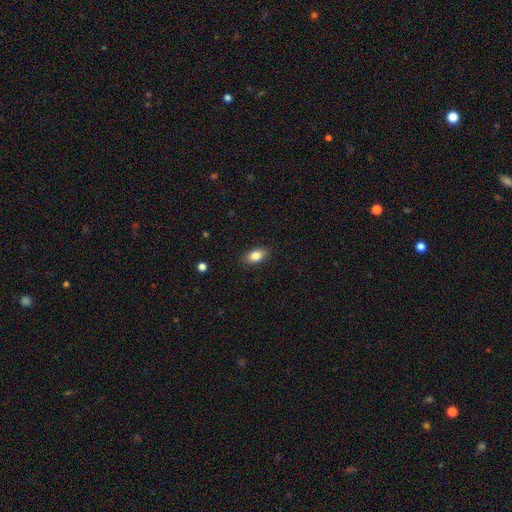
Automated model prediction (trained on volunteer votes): Smooth or featured?
  - smooth: 83% *
  - featured or disk: 9%
  - star or artifact: 8%
How rounded?
  - in between: 88% *
  - round: 9%
  - cigar-shaped: 3%
Merging?
  - none: 88% *
  - minor disturbance: 9%
  - major disturbance: 2%
  - merger: 1%